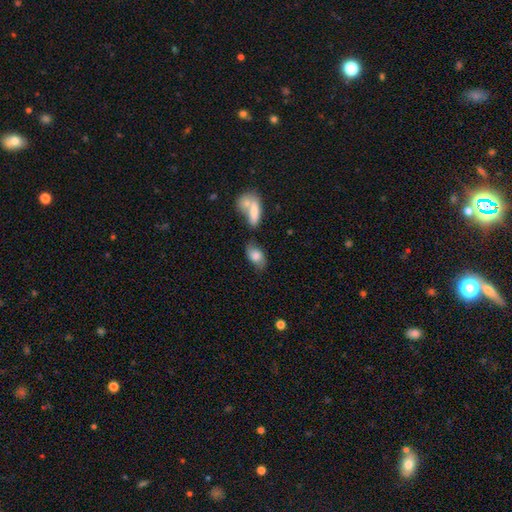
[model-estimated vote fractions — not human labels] A smooth galaxy with no disk features (72%) that is in between round and cigar-shaped (89%).

Vote fractions:
- Smooth or featured? smooth: 72% / featured or disk: 21% / star or artifact: 7%
- How rounded? in between: 89% / round: 7% / cigar-shaped: 3%
- Merging? none: 63% / minor disturbance: 20% / merger: 11% / major disturbance: 6%